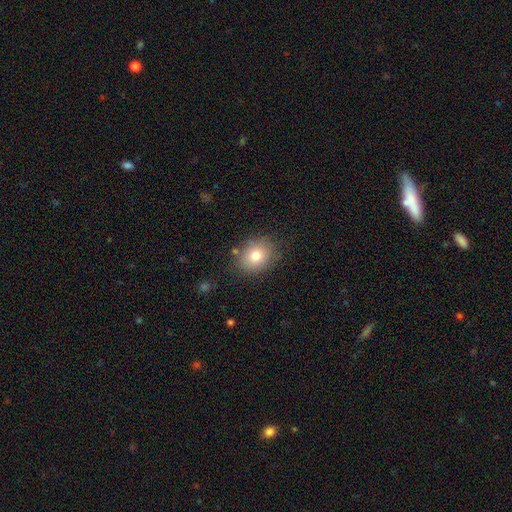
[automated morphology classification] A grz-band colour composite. It shows a smooth galaxy with no disk features (79%) that is round (53%). Merging: none (79%).